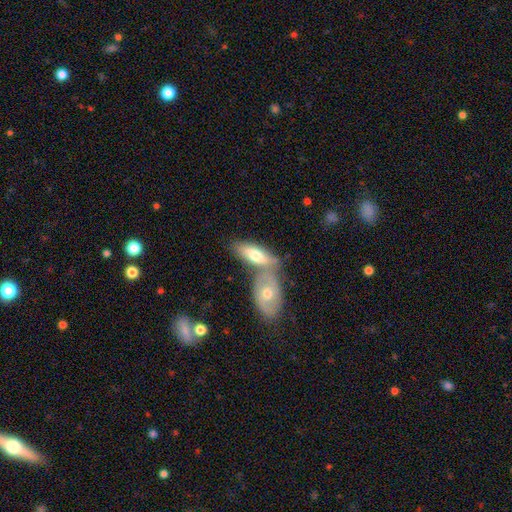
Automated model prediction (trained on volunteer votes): smooth 64%, featured or disk 31%, star or artifact 5%. Down the decision tree: how rounded — in between (77%); merging — merger (51%).